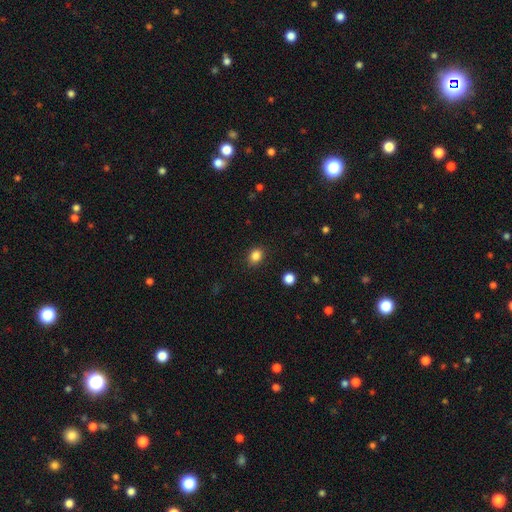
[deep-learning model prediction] Smooth or featured? smooth (85%)
How rounded? in between (51%)
Merging? none (87%)